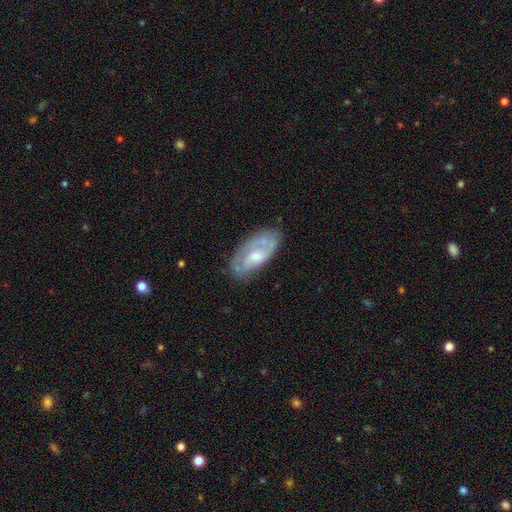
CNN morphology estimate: Q: Smooth or featured?
A: featured or disk (62%); runner-up: smooth (32%)
Q: Edge-on disk?
A: no (91%); runner-up: yes (9%)
Q: Bar?
A: no (62%); runner-up: weak (33%)
Q: Spiral arms?
A: yes (71%); runner-up: no (29%)
Q: Bulge size?
A: moderate (53%); runner-up: small (36%)
Q: Merging?
A: none (67%); runner-up: minor disturbance (23%)